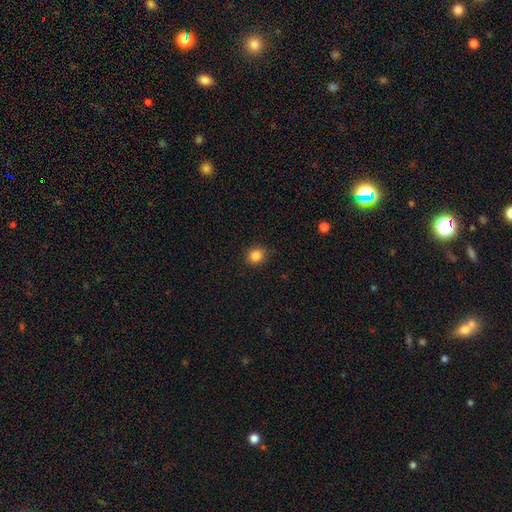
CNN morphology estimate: smooth-or-featured: smooth: 85% | star or artifact: 11% | featured or disk: 4%
  how-rounded: round: 84% | in between: 15% | cigar-shaped: 1%
  merging: none: 89% | minor disturbance: 8% | major disturbance: 2% | merger: 1%